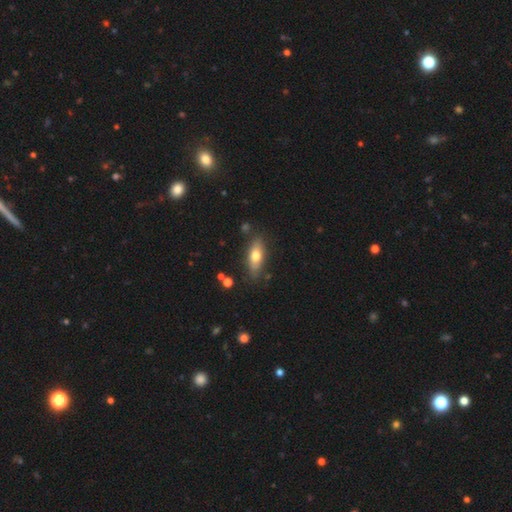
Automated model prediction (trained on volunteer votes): Smooth or featured? Predicted: smooth (p=0.66). How rounded? Predicted: in between (p=0.69). Merging? Predicted: none (p=0.80).